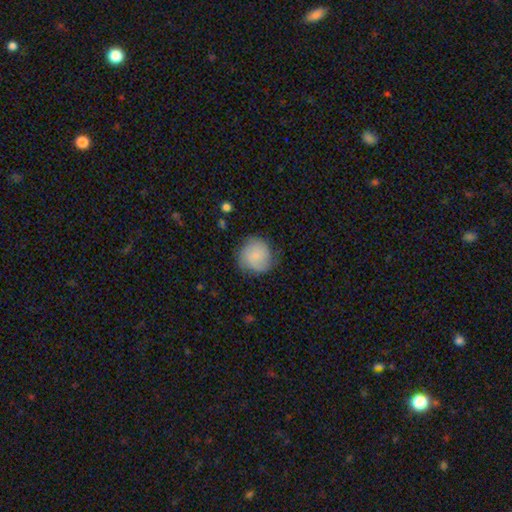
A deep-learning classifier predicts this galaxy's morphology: A smooth galaxy with no disk features (72%) that is round (90%). Merging: none (72%).